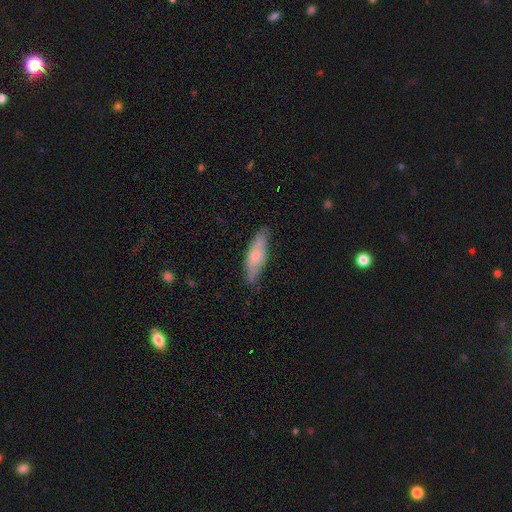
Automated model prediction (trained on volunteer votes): A smooth galaxy with no disk features (64%) that is cigar-shaped (52%). Merging: none (75%).